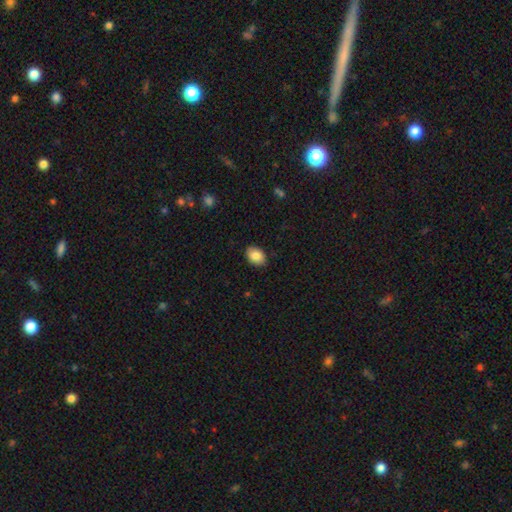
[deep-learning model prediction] Smooth or featured? smooth (86%)
How rounded? in between (80%)
Merging? none (89%)